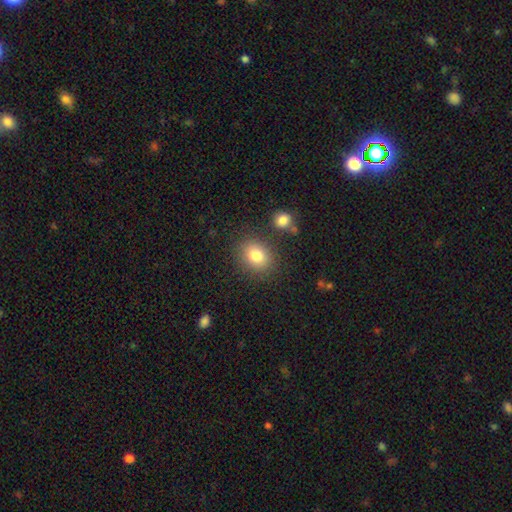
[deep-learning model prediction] smooth 81%, star or artifact 10%, featured or disk 9%. Down the decision tree: how rounded — round (54%); merging — none (80%).